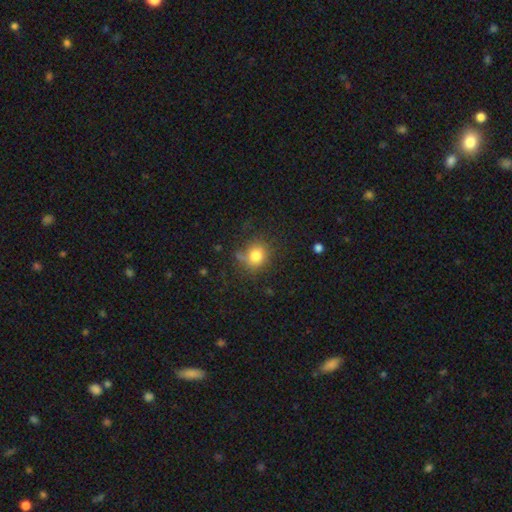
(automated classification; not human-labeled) smooth 79%, star or artifact 12%, featured or disk 9%. Down the decision tree: how rounded — round (75%); merging — none (69%).